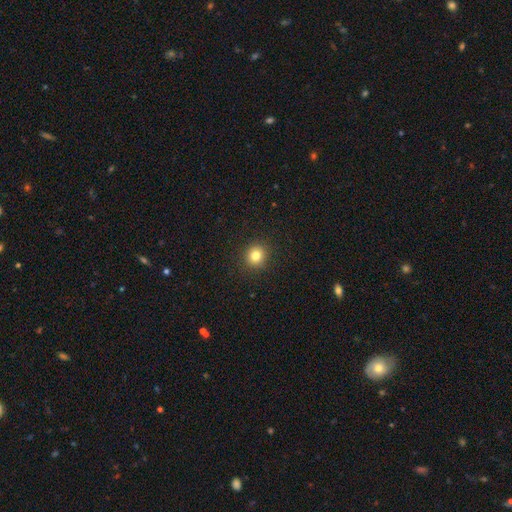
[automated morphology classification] type=smooth (81%); roundness=round (88%); merging=none (92%).